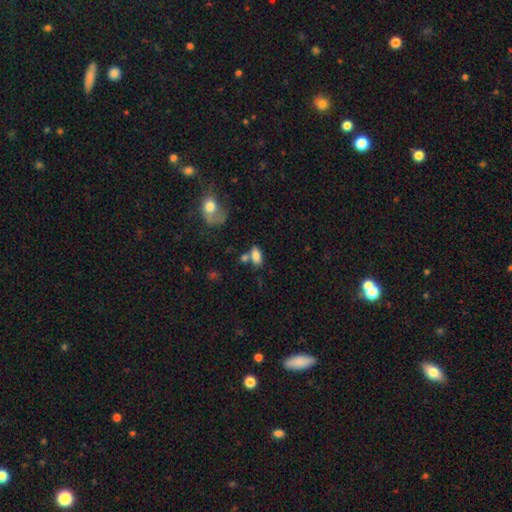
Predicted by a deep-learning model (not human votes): The model was most divided on "merging": none: 56%, merger: 23%, minor disturbance: 15%, major disturbance: 6%. More confident: how rounded — in between (89%); smooth or featured — smooth (82%).